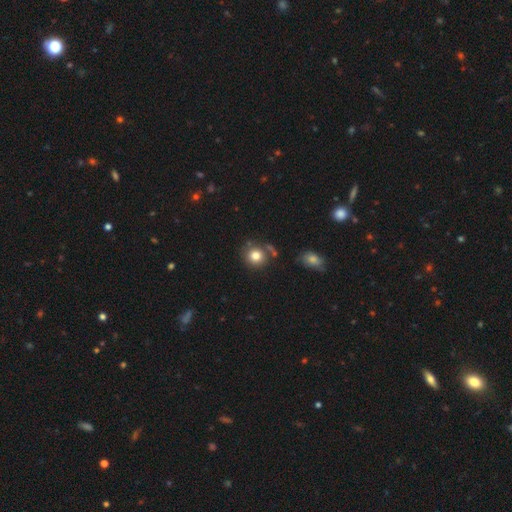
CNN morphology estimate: Smooth or featured? smooth (80%)
How rounded? round (83%)
Merging? none (71%)